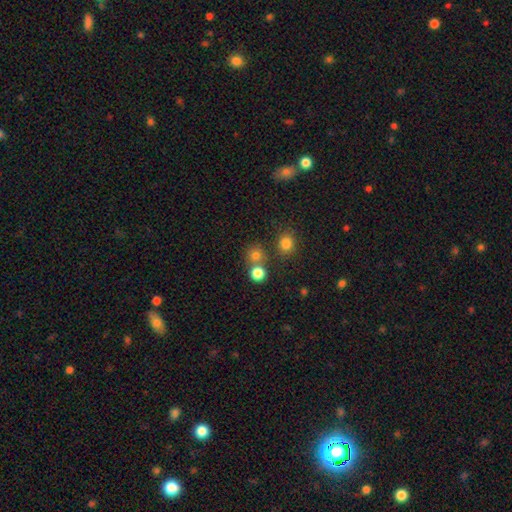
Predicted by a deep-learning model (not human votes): This appears to be a smooth galaxy with no disk features (77%) that is round (88%). Merging: none (65%).